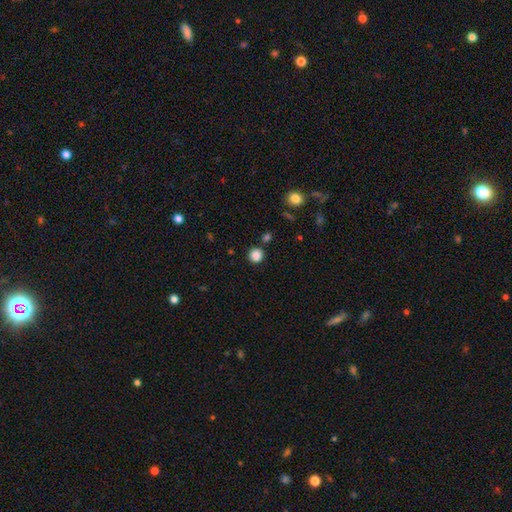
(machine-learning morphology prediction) The model was most divided on "smooth or featured": smooth: 86%, star or artifact: 11%, featured or disk: 3%. More confident: how rounded — round (92%); merging — none (86%).